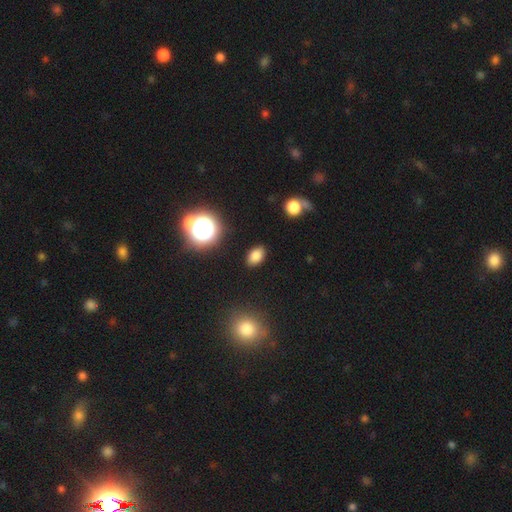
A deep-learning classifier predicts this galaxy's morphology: smooth-or-featured: smooth: 78% | star or artifact: 14% | featured or disk: 7%
  how-rounded: in between: 84% | round: 14% | cigar-shaped: 2%
  merging: none: 87% | minor disturbance: 9% | major disturbance: 3% | merger: 2%